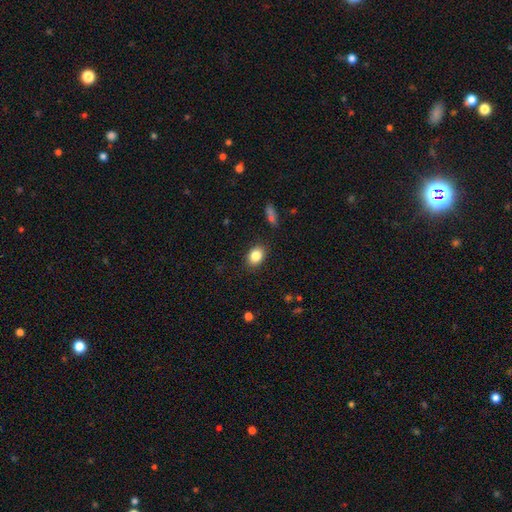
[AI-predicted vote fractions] Smooth or featured? smooth (85%)
How rounded? in between (63%)
Merging? none (87%)